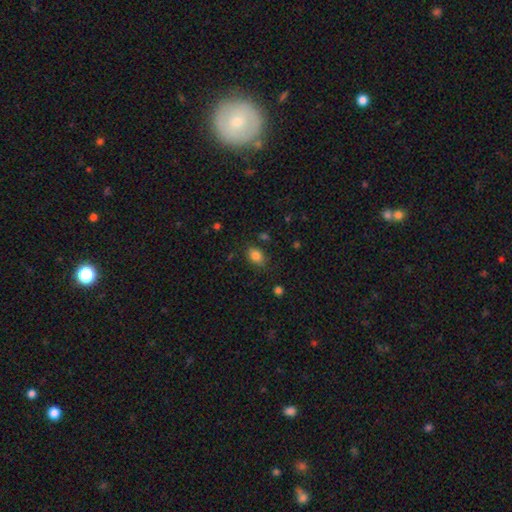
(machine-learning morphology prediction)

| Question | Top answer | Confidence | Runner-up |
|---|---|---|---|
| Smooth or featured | smooth | 83% | star or artifact (10%) |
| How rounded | in between | 74% | round (24%) |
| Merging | none | 79% | minor disturbance (15%) |